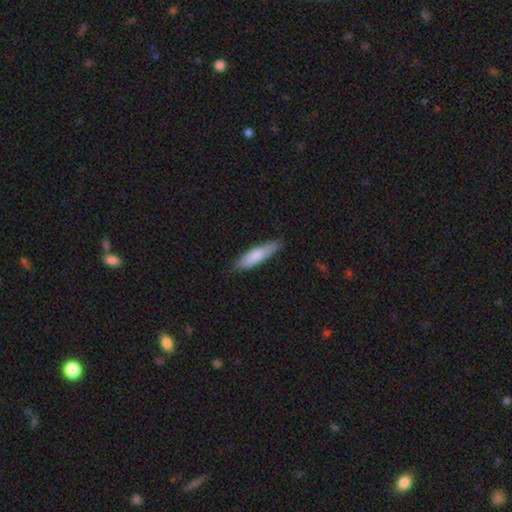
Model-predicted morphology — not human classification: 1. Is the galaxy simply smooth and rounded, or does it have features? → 77% smooth, 17% featured or disk, 5% star or artifact.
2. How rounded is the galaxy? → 72% cigar-shaped, 26% in between, 1% round.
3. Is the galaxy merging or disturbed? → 81% none, 15% minor disturbance, 2% major disturbance, 1% merger.